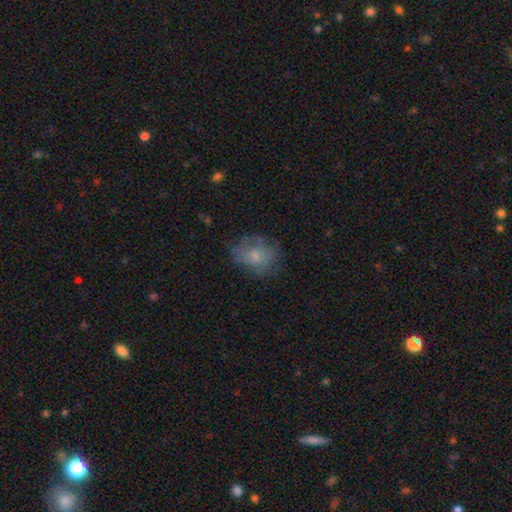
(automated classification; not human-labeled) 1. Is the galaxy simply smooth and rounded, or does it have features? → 65% smooth, 25% featured or disk, 10% star or artifact.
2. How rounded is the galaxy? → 52% in between, 47% round, 1% cigar-shaped.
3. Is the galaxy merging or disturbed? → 58% none, 25% minor disturbance, 15% major disturbance, 2% merger.